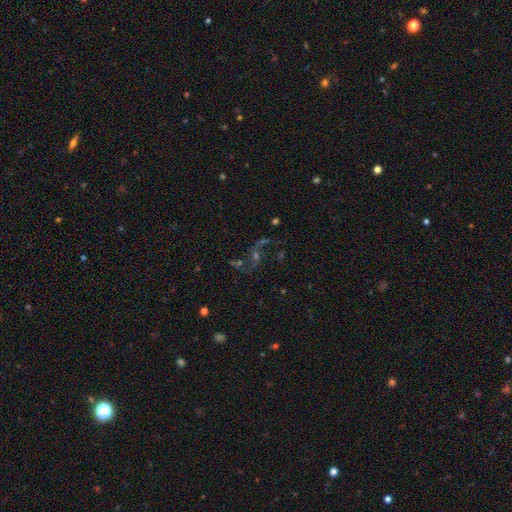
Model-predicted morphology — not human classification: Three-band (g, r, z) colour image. It shows a featured or disk galaxy (65%) with no bar (60%), 2 (86%) loose (81%) spiral arms (87%) and a moderate central bulge (41%). Merging: none (57%).